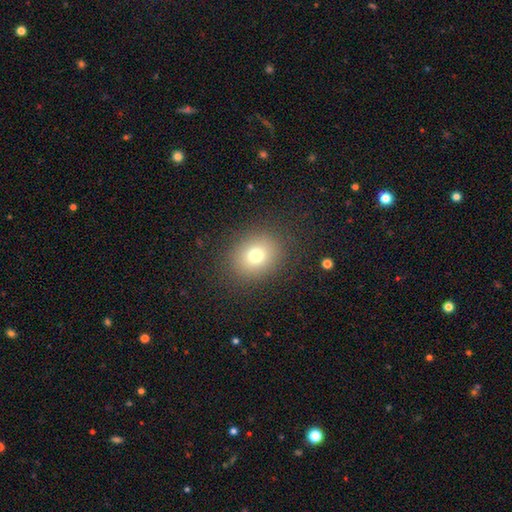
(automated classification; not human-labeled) smooth-or-featured: smooth: 75% | star or artifact: 14% | featured or disk: 11%
  how-rounded: round: 68% | in between: 31% | cigar-shaped: 1%
  merging: none: 86% | minor disturbance: 8% | major disturbance: 4% | merger: 1%